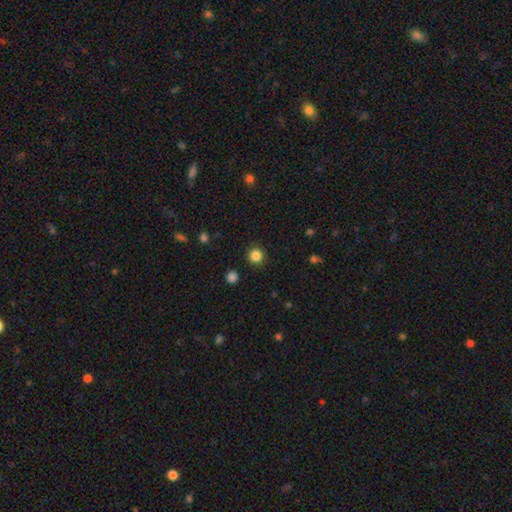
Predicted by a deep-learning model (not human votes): A smooth galaxy with no disk features (84%) that is round (95%). Merging: none (92%).